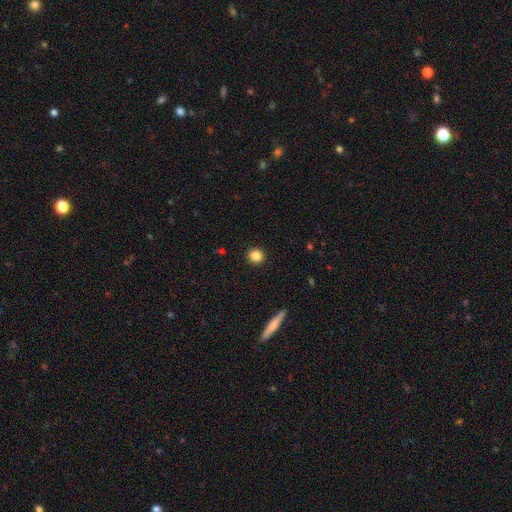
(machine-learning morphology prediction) smooth_or_featured: smooth (p=0.86) [alt: star or artifact p=0.10]
how_rounded: round (p=0.89) [alt: in between p=0.10]
merging: none (p=0.92) [alt: minor disturbance p=0.05]